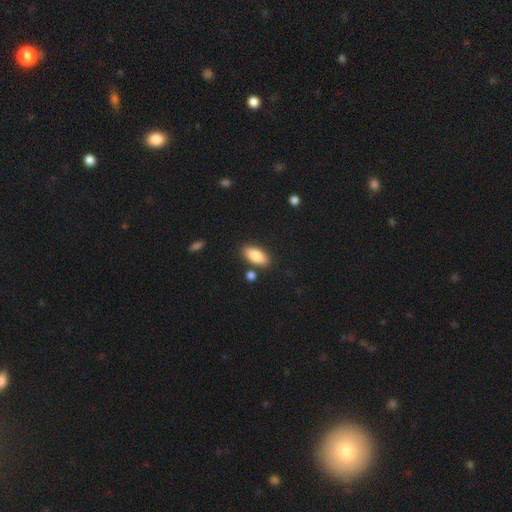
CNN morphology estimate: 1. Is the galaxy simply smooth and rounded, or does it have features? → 83% smooth, 11% featured or disk, 7% star or artifact.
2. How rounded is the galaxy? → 86% in between, 11% cigar-shaped, 3% round.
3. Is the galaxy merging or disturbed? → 82% none, 10% minor disturbance, 6% merger, 2% major disturbance.